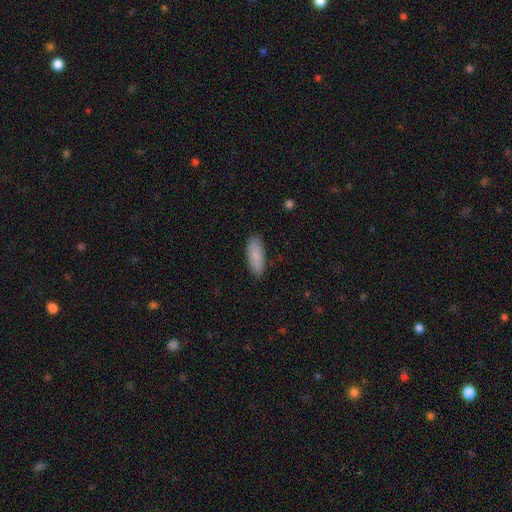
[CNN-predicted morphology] This is clearly a smooth galaxy (89%). How rounded: likely in between (70%). Merging: clearly none (87%).